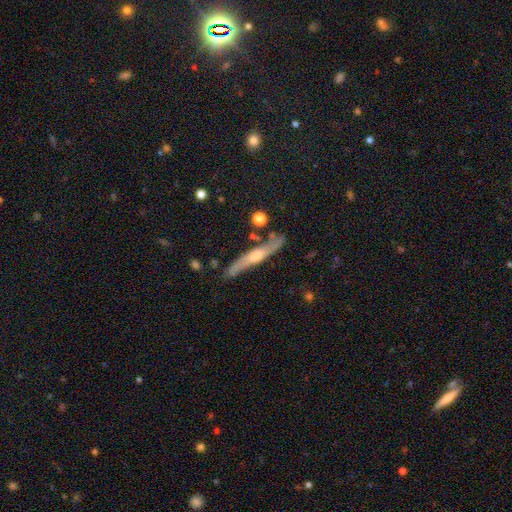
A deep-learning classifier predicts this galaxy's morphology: Smooth or featured: featured or disk — 66% (smooth — 28%)
Edge-on disk: yes — 90% (no — 10%)
Edge-on bulge: rounded — 83% (none — 11%)
Merging: none — 79% (minor disturbance — 14%)